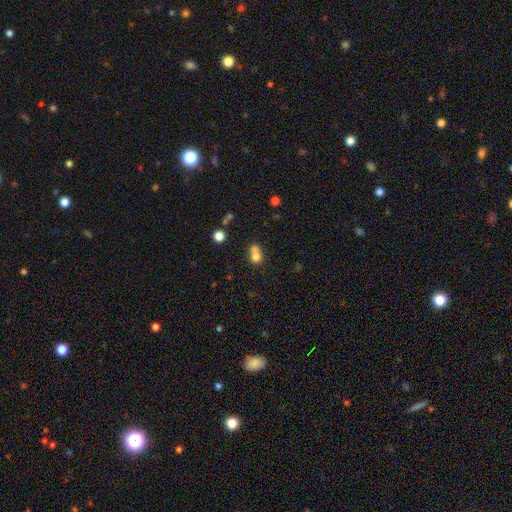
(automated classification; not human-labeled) A smooth galaxy with no disk features (72%) that is round (71%). Merging: merger (61%).